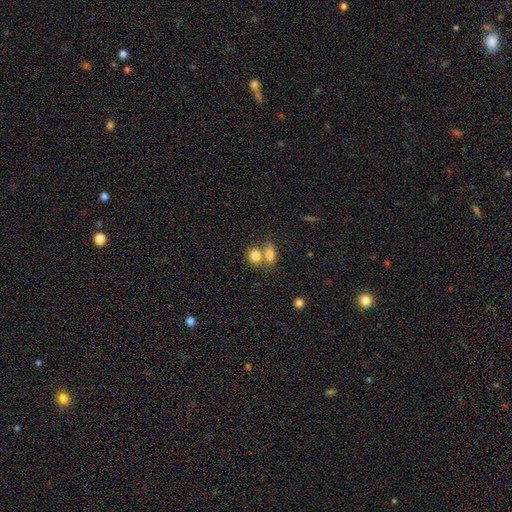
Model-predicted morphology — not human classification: smooth-or-featured: smooth: 81% | featured or disk: 11% | star or artifact: 9%
  how-rounded: in between: 52% | round: 45% | cigar-shaped: 3%
  merging: merger: 54% | none: 34% | minor disturbance: 8% | major disturbance: 4%